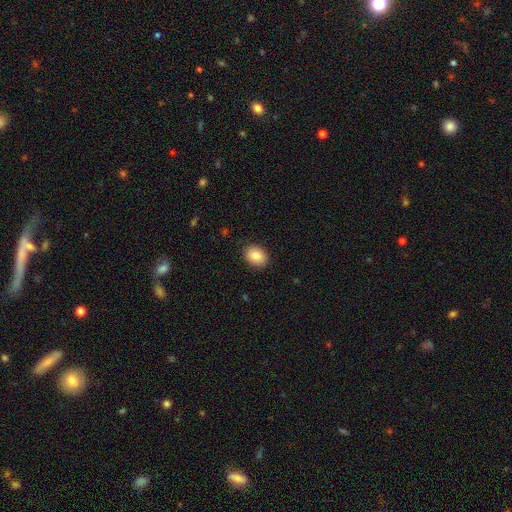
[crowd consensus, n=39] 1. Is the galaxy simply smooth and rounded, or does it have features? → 87% smooth, 8% featured or disk, 5% star or artifact.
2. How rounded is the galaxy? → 56% in between, 44% round, 0% cigar-shaped.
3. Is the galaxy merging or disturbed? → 95% none, 3% minor disturbance, 3% major disturbance, 0% merger.